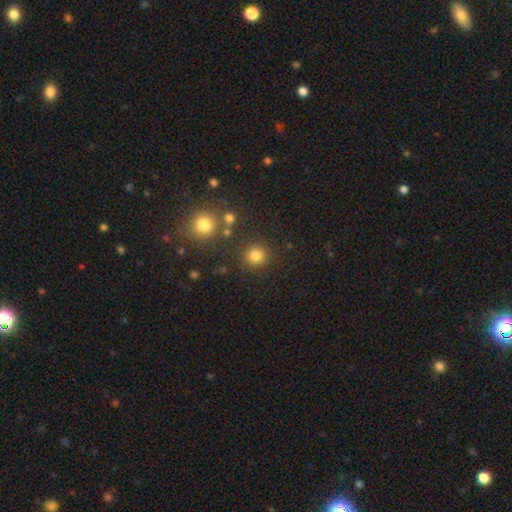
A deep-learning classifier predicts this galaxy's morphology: A smooth galaxy with no disk features (81%) that is round (92%). Merging: none (86%).